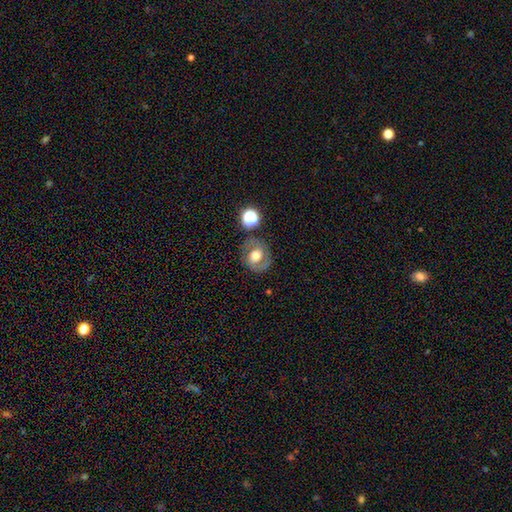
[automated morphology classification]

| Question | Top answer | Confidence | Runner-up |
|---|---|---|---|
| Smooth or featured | featured or disk | 52% | smooth (38%) |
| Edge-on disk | no | 96% | yes (4%) |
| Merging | none | 74% | minor disturbance (14%) |